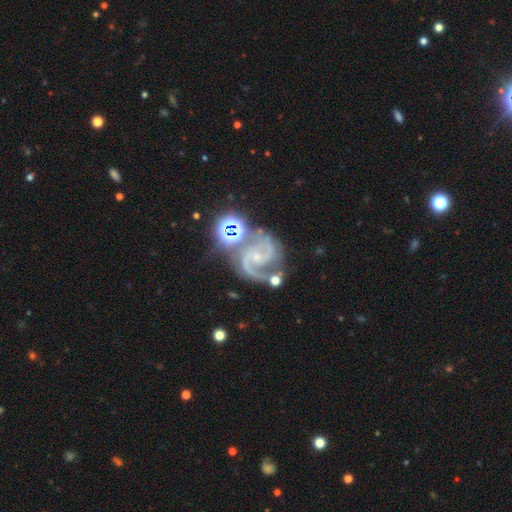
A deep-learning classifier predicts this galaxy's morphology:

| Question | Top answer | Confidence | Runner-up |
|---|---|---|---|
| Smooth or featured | featured or disk | 90% | star or artifact (7%) |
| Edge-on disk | no | 98% | yes (2%) |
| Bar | no | 52% | weak (35%) |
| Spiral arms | yes | 98% | no (2%) |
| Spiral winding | medium | 60% | tight (30%) |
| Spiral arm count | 2 | 85% | 3 (7%) |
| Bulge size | small | 78% | moderate (13%) |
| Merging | none | 58% | minor disturbance (19%) |